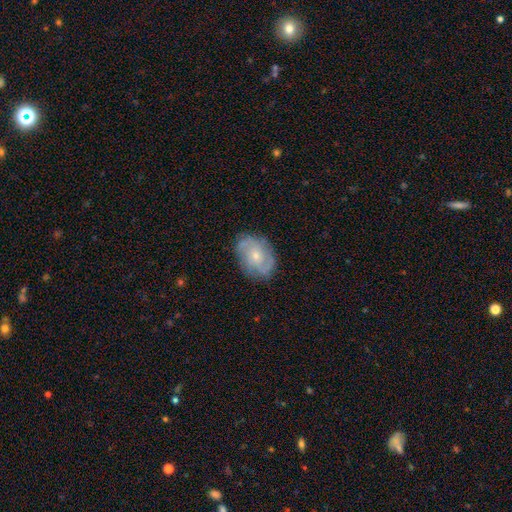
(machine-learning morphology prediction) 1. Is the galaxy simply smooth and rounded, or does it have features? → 71% featured or disk, 22% smooth, 6% star or artifact.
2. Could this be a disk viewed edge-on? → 97% no, 3% yes.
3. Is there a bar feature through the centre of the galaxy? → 71% no, 26% weak, 4% strong.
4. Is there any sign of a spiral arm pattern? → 90% yes, 10% no.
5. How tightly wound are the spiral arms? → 43% tight, 42% medium, 16% loose.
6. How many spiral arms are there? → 43% 2, 26% can't tell, 18% 3, 5% 4, 4% 1, 4% more than 4.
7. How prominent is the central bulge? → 63% small, 33% moderate, 2% none, 1% large, 1% dominant.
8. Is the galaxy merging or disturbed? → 77% none, 17% minor disturbance, 5% major disturbance, 1% merger.